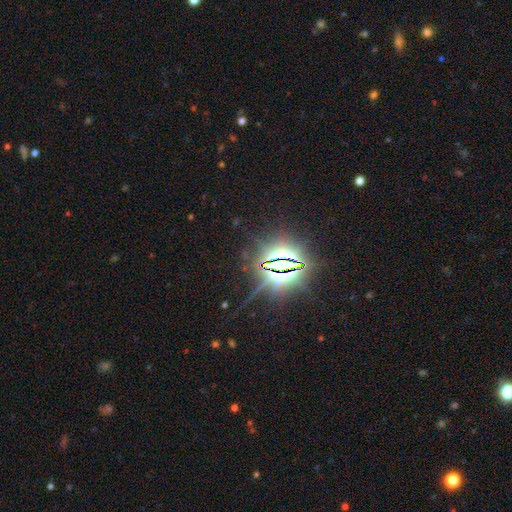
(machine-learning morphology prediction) smooth_or_featured: star or artifact (p=0.86) [alt: smooth p=0.07]